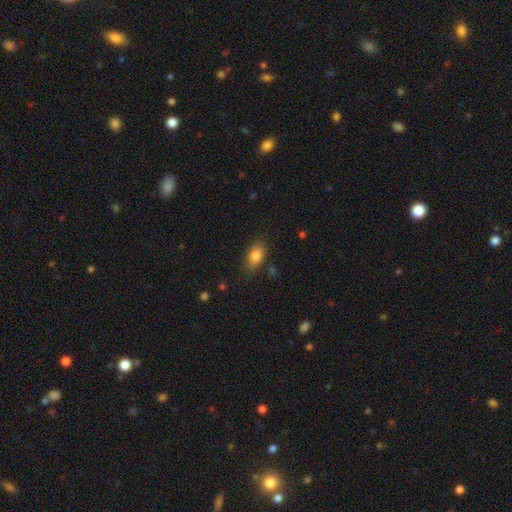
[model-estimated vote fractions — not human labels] Q: Smooth or featured?
A: smooth (83%); runner-up: star or artifact (9%)
Q: How rounded?
A: in between (85%); runner-up: round (11%)
Q: Merging?
A: none (80%); runner-up: minor disturbance (15%)